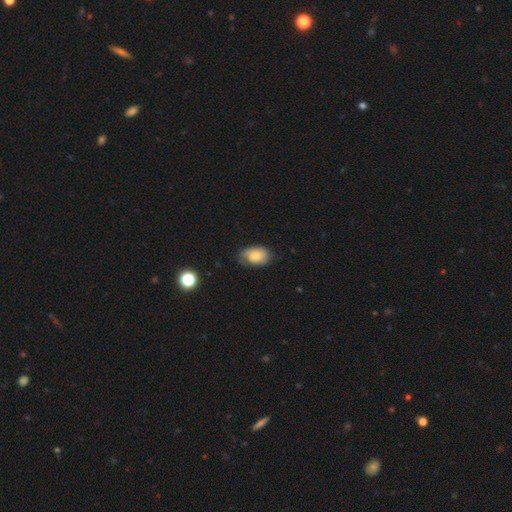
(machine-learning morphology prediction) The model was most divided on "merging": none: 62%, minor disturbance: 30%, major disturbance: 7%, merger: 1%. More confident: how rounded — in between (85%); smooth or featured — smooth (74%).